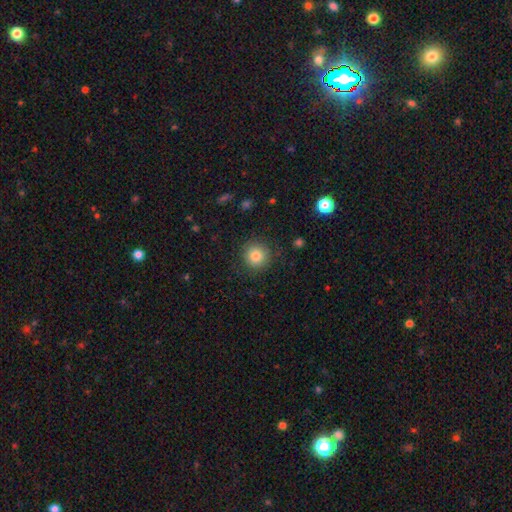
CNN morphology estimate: A smooth galaxy with no disk features (82%) that is round (94%).

Vote fractions:
- Smooth or featured? smooth: 82% / star or artifact: 11% / featured or disk: 7%
- How rounded? round: 94% / in between: 5% / cigar-shaped: 1%
- Merging? none: 89% / minor disturbance: 7% / major disturbance: 3% / merger: 1%